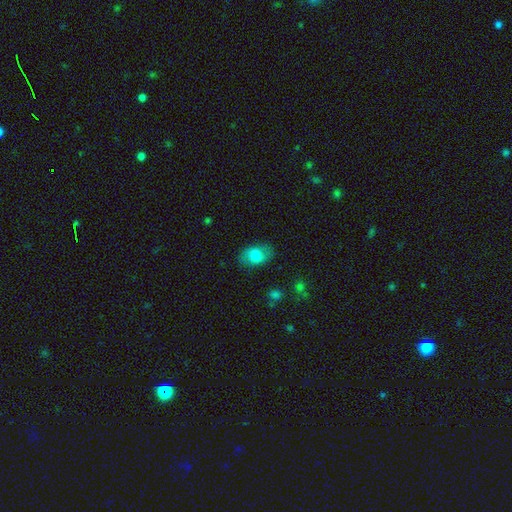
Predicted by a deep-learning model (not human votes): A smooth galaxy with no disk features (73%) that is in between round and cigar-shaped (85%).

Vote fractions:
- Smooth or featured? smooth: 73% / featured or disk: 19% / star or artifact: 7%
- How rounded? in between: 85% / round: 14% / cigar-shaped: 1%
- Merging? none: 80% / minor disturbance: 15% / major disturbance: 4% / merger: 1%